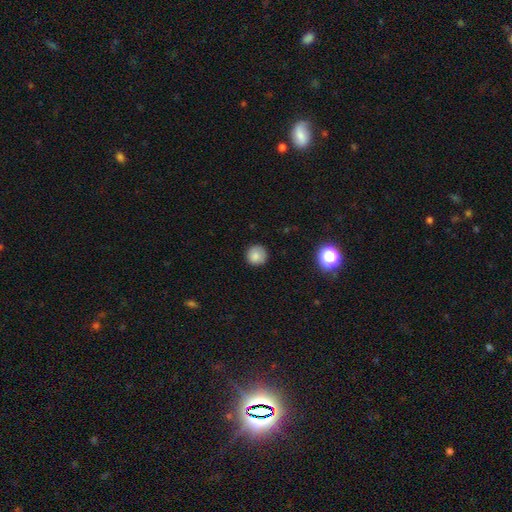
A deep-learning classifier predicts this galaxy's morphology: Smooth or featured?
  - smooth: 83% *
  - star or artifact: 10%
  - featured or disk: 6%
How rounded?
  - round: 94% *
  - in between: 5%
  - cigar-shaped: 1%
Merging?
  - none: 87% *
  - minor disturbance: 10%
  - major disturbance: 2%
  - merger: 1%